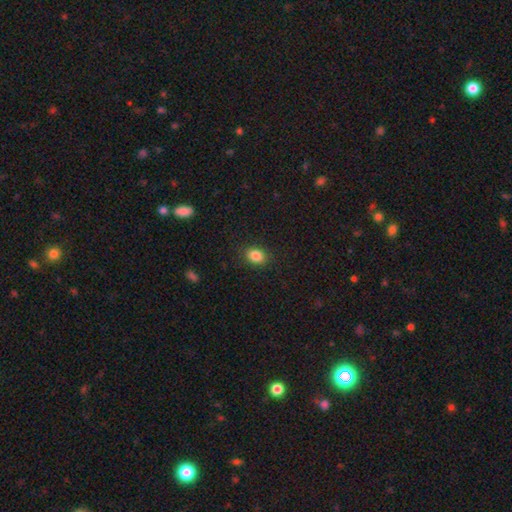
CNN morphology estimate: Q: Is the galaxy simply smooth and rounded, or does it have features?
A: smooth — 85%.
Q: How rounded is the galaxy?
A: in between — 70%.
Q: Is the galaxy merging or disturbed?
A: none — 88%.